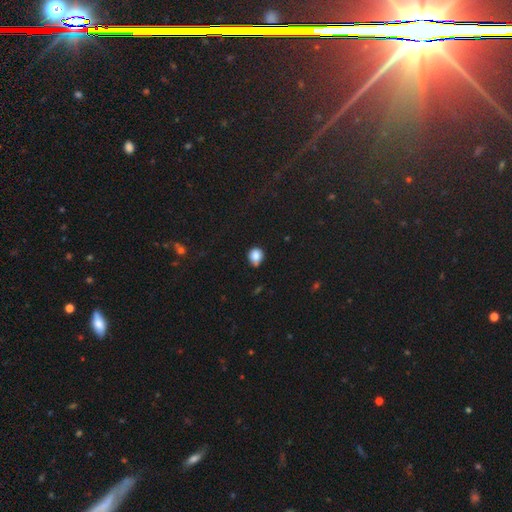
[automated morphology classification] Smooth or featured? smooth (84%)
How rounded? round (82%)
Merging? none (62%)